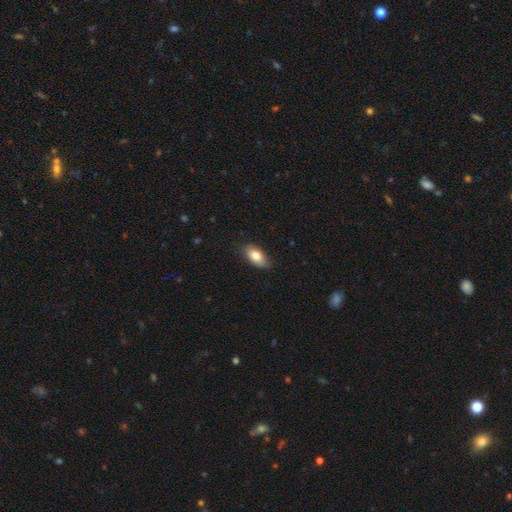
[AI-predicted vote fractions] Morphology: type=smooth (81%); roundness=in between (91%); merging=none (81%).